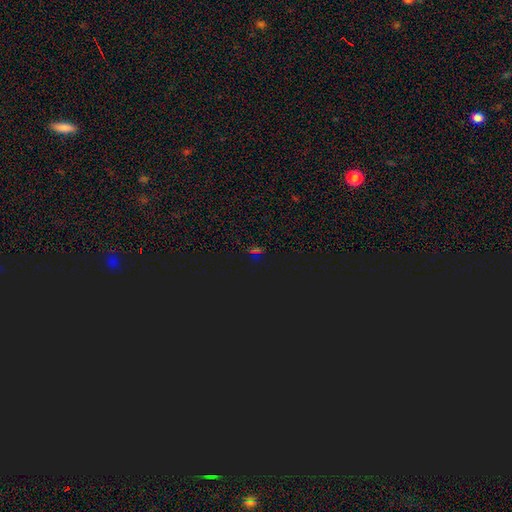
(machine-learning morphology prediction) Smooth or featured: star or artifact — 66% (smooth — 26%)